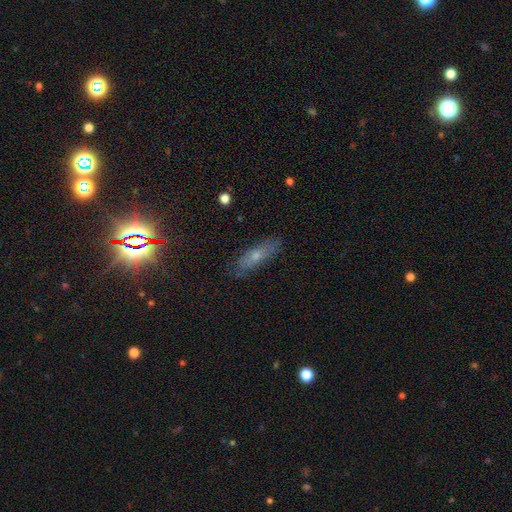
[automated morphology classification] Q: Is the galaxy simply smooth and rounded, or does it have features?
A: smooth — 45%.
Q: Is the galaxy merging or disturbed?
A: none — 82%.